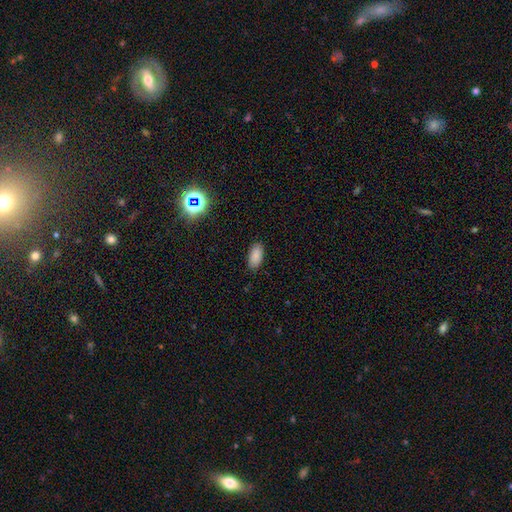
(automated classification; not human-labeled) A smooth galaxy with no disk features (86%) that is in between round and cigar-shaped (92%).

Vote fractions:
- Smooth or featured? smooth: 86% / star or artifact: 9% / featured or disk: 5%
- How rounded? in between: 92% / cigar-shaped: 6% / round: 2%
- Merging? none: 87% / minor disturbance: 10% / major disturbance: 2% / merger: 1%